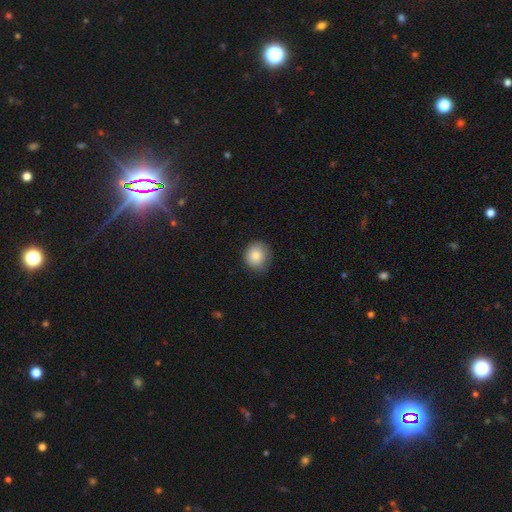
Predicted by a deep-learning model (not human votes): smooth 86%, star or artifact 9%, featured or disk 6%. Down the decision tree: how rounded — round (79%); merging — none (75%).